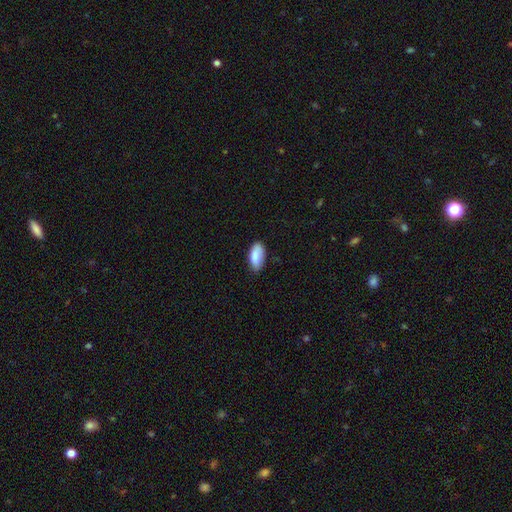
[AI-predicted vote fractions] Overall: smooth (85%). How rounded: in between (92%). Merging: none (75%).